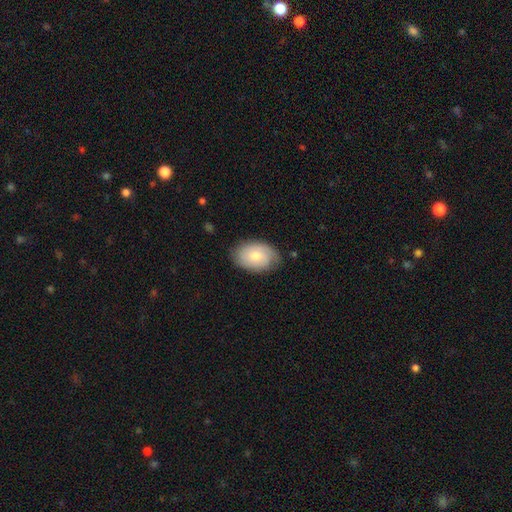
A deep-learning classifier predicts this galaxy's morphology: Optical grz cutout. It shows a smooth galaxy with no disk features (64%) that is in between round and cigar-shaped (84%). Merging: none (74%).